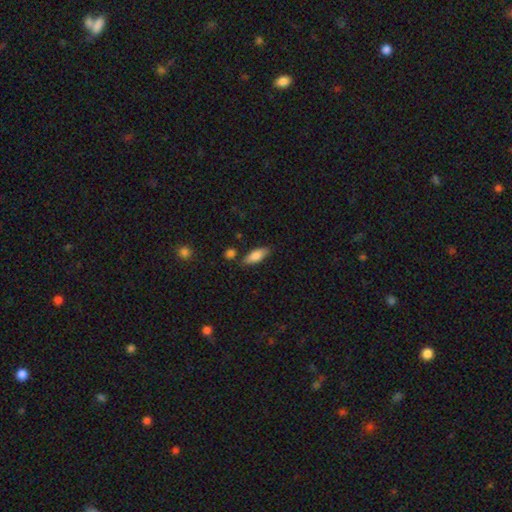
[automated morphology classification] smooth_or_featured: smooth (p=0.79) [alt: featured or disk p=0.14]
how_rounded: in between (p=0.73) [alt: cigar-shaped p=0.25]
merging: none (p=0.77) [alt: minor disturbance p=0.14]